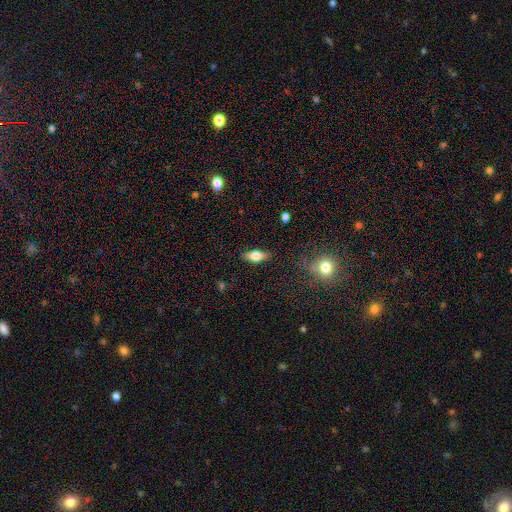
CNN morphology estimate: smooth_or_featured: smooth (p=0.53) [alt: featured or disk p=0.39]
how_rounded: in between (p=0.67) [alt: cigar-shaped p=0.28]
merging: none (p=0.85) [alt: minor disturbance p=0.11]